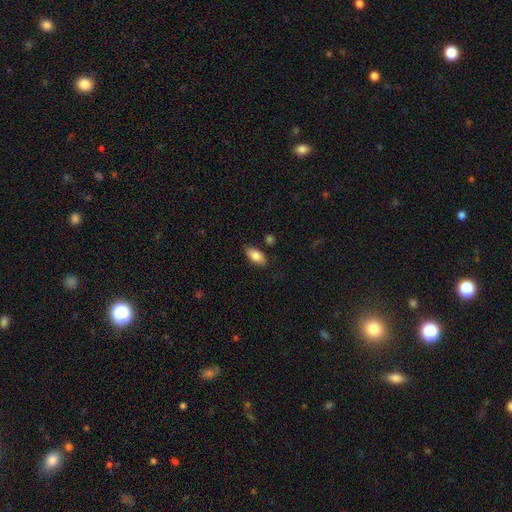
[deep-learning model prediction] Smooth or featured? Predicted: smooth (p=0.84). How rounded? Predicted: in between (p=0.92). Merging? Predicted: none (p=0.83).